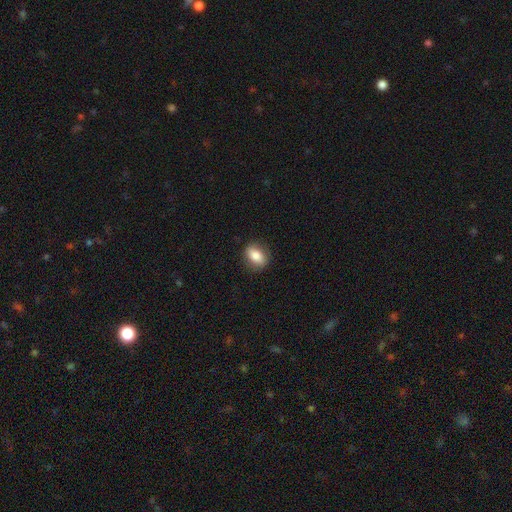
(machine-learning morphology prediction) smooth-or-featured: smooth: 80% | featured or disk: 12% | star or artifact: 8%
  how-rounded: in between: 75% | round: 22% | cigar-shaped: 3%
  merging: none: 84% | minor disturbance: 12% | major disturbance: 3% | merger: 1%